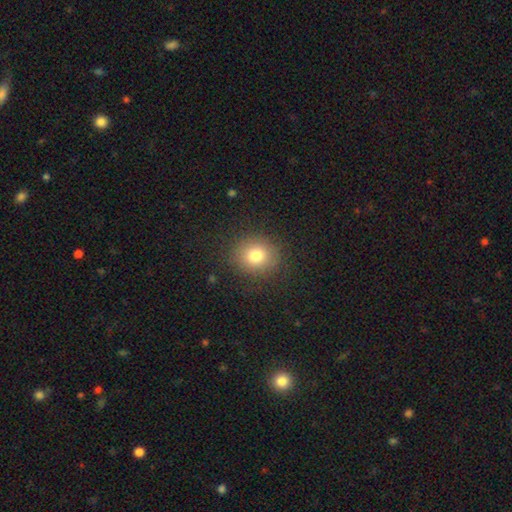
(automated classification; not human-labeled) The model was most divided on "how rounded": round: 81%, in between: 18%, cigar-shaped: 1%. More confident: merging — none (86%); smooth or featured — smooth (79%).